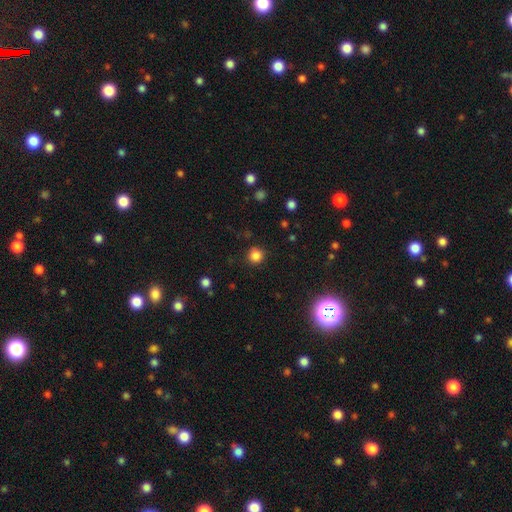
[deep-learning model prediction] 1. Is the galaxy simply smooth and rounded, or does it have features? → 83% smooth, 13% star or artifact, 4% featured or disk.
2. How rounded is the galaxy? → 93% round, 6% in between, 1% cigar-shaped.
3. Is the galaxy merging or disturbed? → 89% none, 7% minor disturbance, 2% major disturbance, 1% merger.